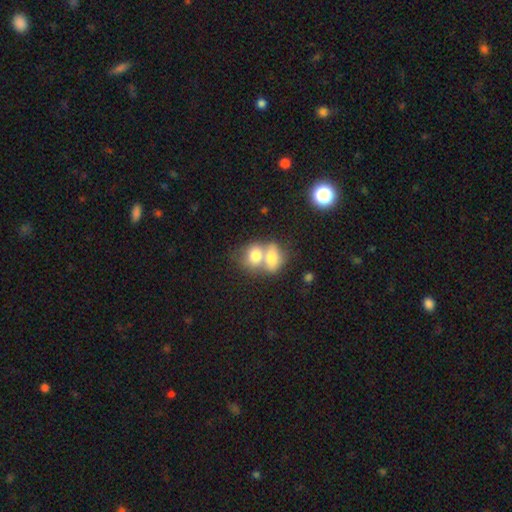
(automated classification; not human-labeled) This appears to be a smooth galaxy with no disk features (74%) that is in between round and cigar-shaped (51%). Merging: merger (73%).